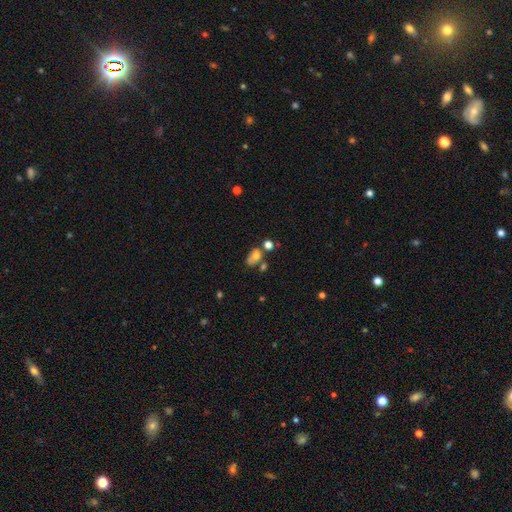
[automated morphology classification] This is likely a smooth galaxy (66%). How rounded: likely in between (75%). Merging: marginally none (37%).